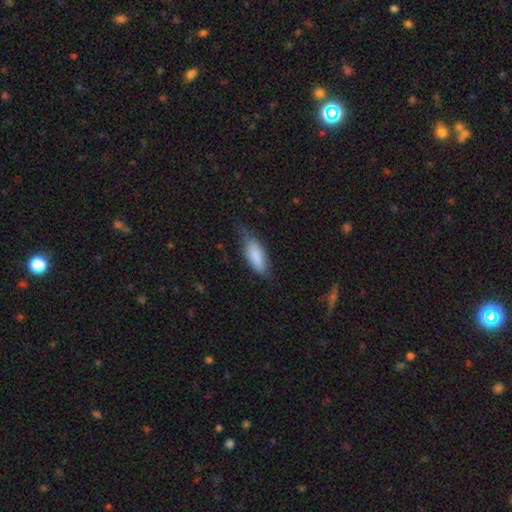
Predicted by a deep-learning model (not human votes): A smooth galaxy with no disk features (80%) that is in between round and cigar-shaped (75%). Merging: none (53%).